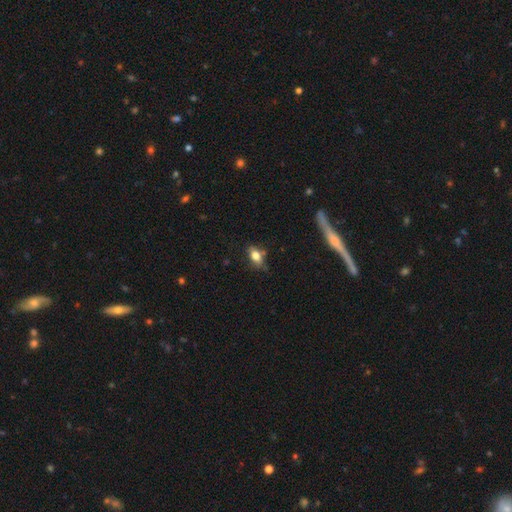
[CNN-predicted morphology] Smooth or featured? smooth (76%)
How rounded? in between (82%)
Merging? none (60%)